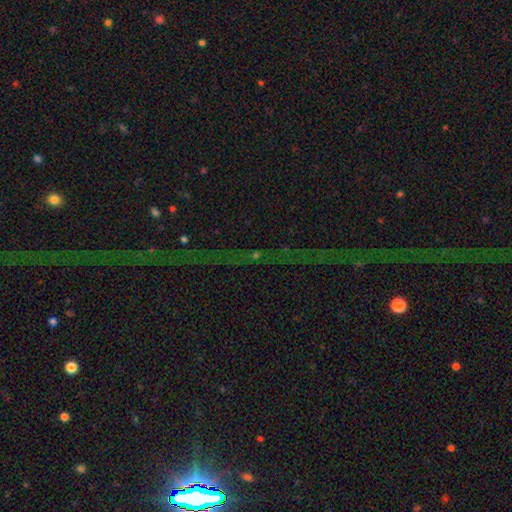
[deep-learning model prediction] This is likely a star or artifact rather than a galaxy (71%).